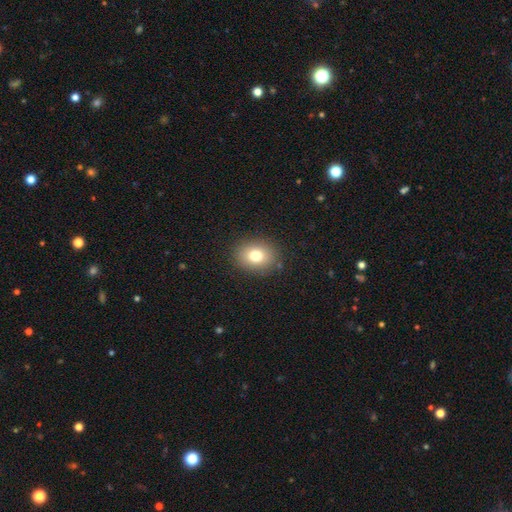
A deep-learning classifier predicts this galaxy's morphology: Smooth or featured? Predicted: smooth (p=0.78). How rounded? Predicted: round (p=0.55). Merging? Predicted: none (p=0.88).